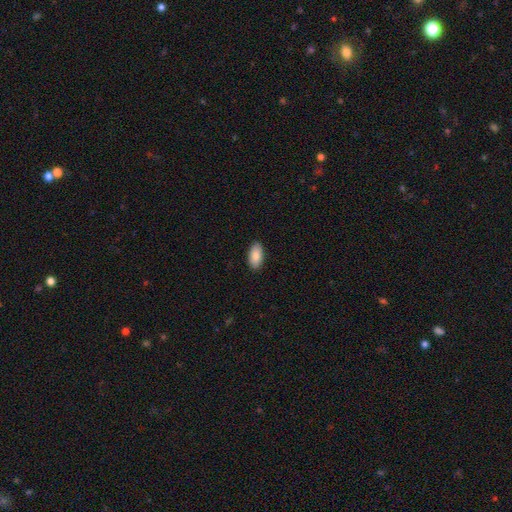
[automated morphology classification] The model was most divided on "smooth or featured": smooth: 85%, featured or disk: 8%, star or artifact: 6%. More confident: how rounded — in between (94%); merging — none (90%).